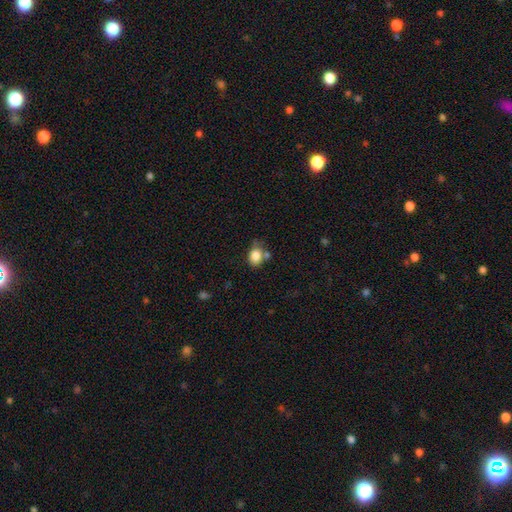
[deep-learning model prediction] This appears to be a smooth galaxy with no disk features (84%) that is in between round and cigar-shaped (59%). Merging: none (52%).